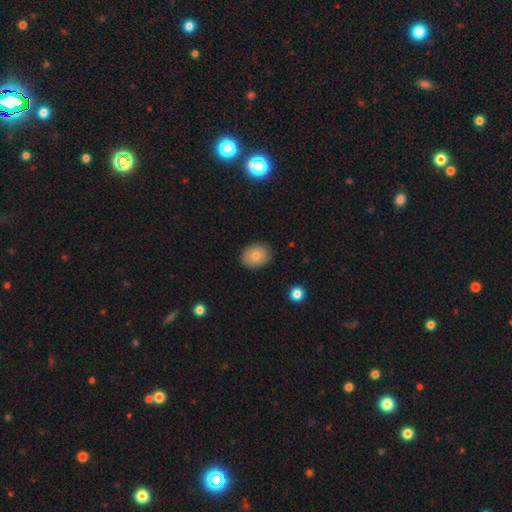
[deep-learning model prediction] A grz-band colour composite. It shows a smooth galaxy with no disk features (76%) that is in between round and cigar-shaped (52%). Merging: none (87%).